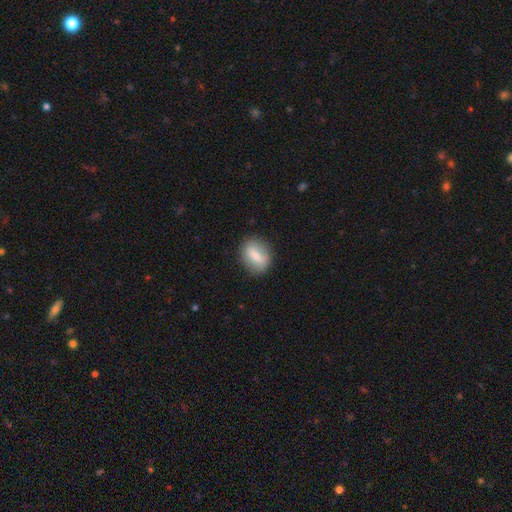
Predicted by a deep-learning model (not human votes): Smooth or featured? Predicted: smooth (p=0.70). How rounded? Predicted: in between (p=0.65). Merging? Predicted: none (p=0.83).